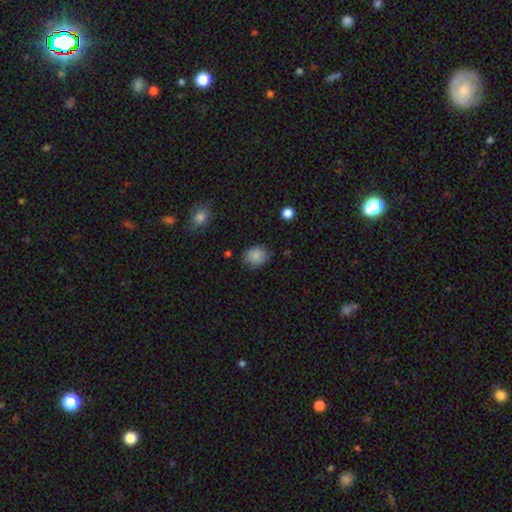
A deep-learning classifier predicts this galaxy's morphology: Smooth or featured? smooth (86%)
How rounded? round (64%)
Merging? none (80%)